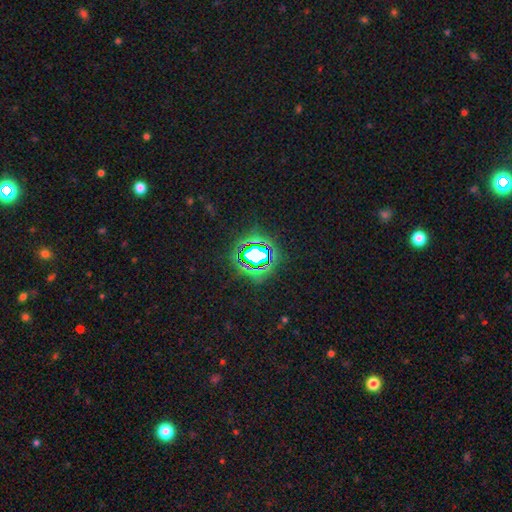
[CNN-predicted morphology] type=star or artifact (69%).